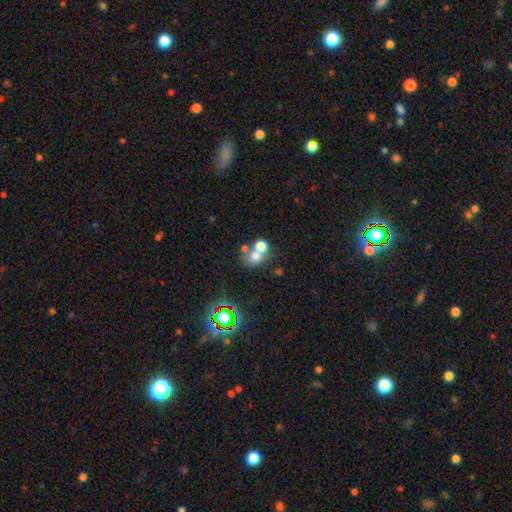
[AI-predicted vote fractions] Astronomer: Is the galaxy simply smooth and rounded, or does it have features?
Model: smooth — 65%.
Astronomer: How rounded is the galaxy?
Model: round — 72%.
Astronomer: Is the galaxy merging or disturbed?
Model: merger — 52% (runner-up: none, 37%).